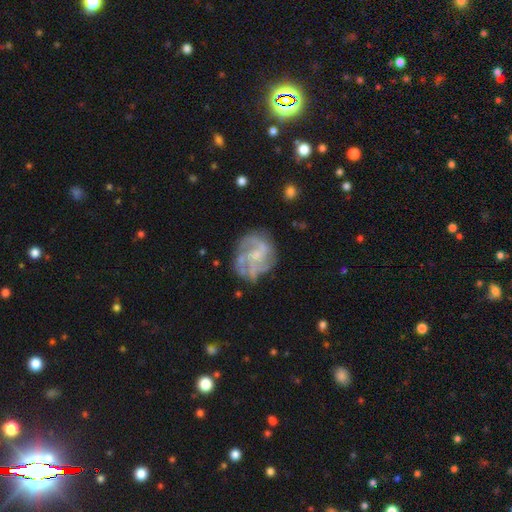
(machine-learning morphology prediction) A featured or disk galaxy (79%) with no bar (58%), 3 (29%, tied with can't tell) medium (46%) spiral arms (85%) and a small central bulge (45%).

Vote fractions:
- Smooth or featured? featured or disk: 79% / smooth: 14% / star or artifact: 7%
- Edge-on disk? no: 98% / yes: 2%
- Bar? no: 58% / weak: 36% / strong: 6%
- Spiral arms? yes: 85% / no: 15%
- Spiral winding? medium: 46% / tight: 34% / loose: 20%
- Spiral arm count? 3: 29% (tied) / can't tell: 29% (tied) / 2: 19% / 4: 13% / 1: 5% / more than 4: 5%
- Bulge size? small: 45% / moderate: 27% / none: 24% / large: 3% / dominant: 1%
- Merging? none: 66% / minor disturbance: 19% / major disturbance: 12% / merger: 3%